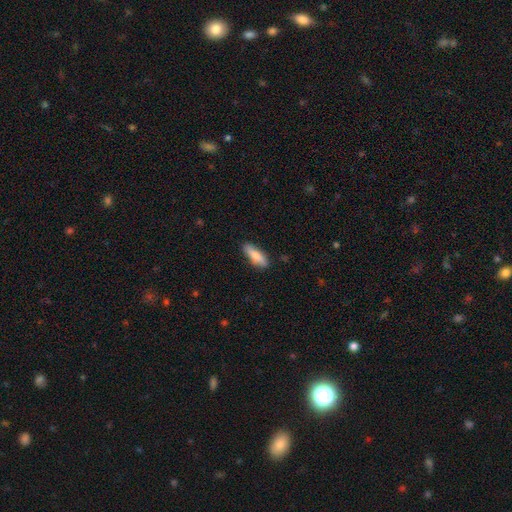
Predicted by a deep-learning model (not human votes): This is likely a smooth galaxy (77%). How rounded: possibly cigar-shaped (49%, tied with in between). Merging: clearly none (85%).